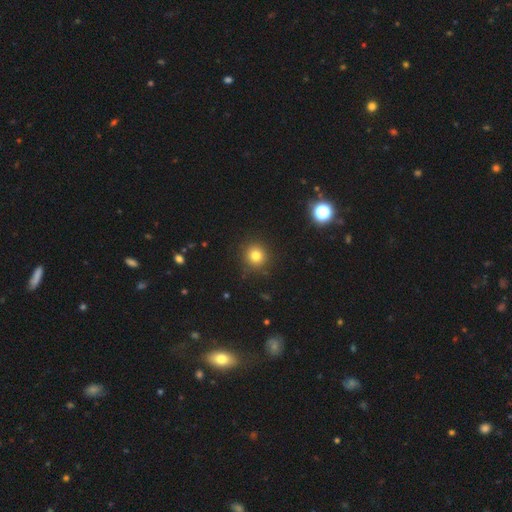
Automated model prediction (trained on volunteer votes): A smooth galaxy with no disk features (79%) that is round (93%).

Vote fractions:
- Smooth or featured? smooth: 79% / star or artifact: 14% / featured or disk: 7%
- How rounded? round: 93% / in between: 6% / cigar-shaped: 1%
- Merging? none: 90% / minor disturbance: 6% / major disturbance: 2% / merger: 1%